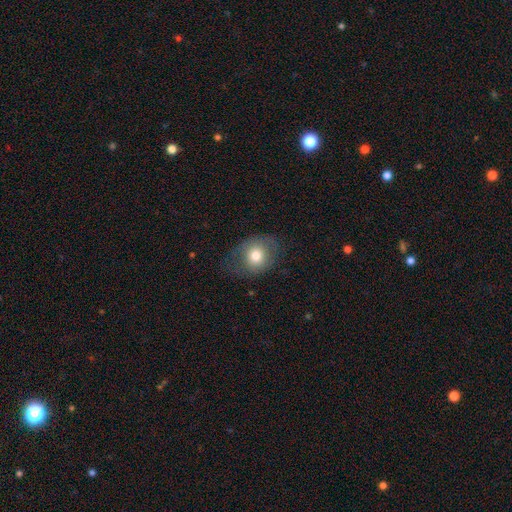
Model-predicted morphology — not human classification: Smooth or featured? smooth (74%)
How rounded? round (58%)
Merging? none (64%)